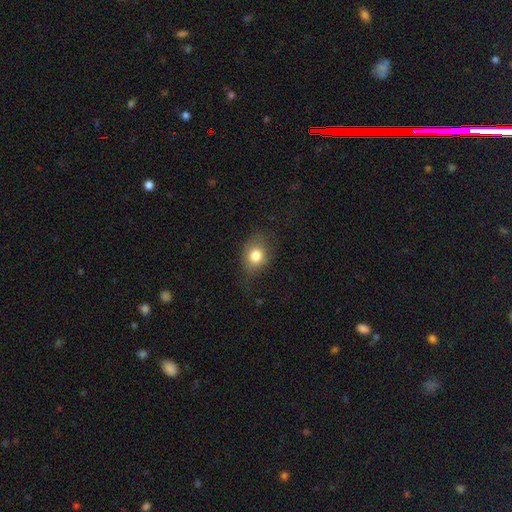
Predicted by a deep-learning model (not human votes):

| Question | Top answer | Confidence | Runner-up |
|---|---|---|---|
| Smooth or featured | smooth | 78% | featured or disk (11%) |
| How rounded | in between | 54% | round (44%) |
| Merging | none | 68% | minor disturbance (23%) |